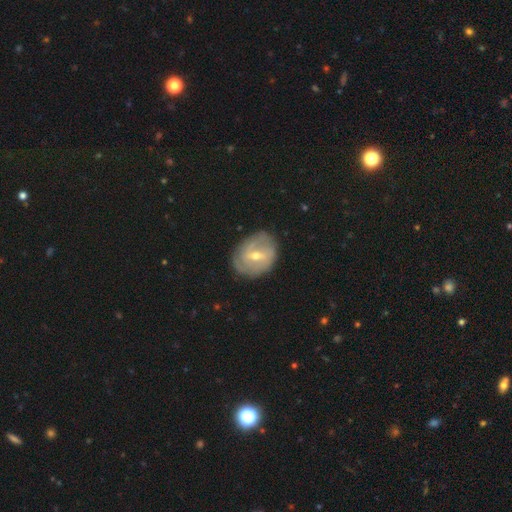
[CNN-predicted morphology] This is likely a featured or disk galaxy (70%). It is clearly not viewed edge-on (95%). Bar: possibly weak (51%). Spiral arm pattern: likely yes (75%). Spiral arm count: possibly 2 (46%). Spiral winding: possibly tight (49%). Central bulge: possibly small (48%, tied with moderate). Merging: likely none (76%).